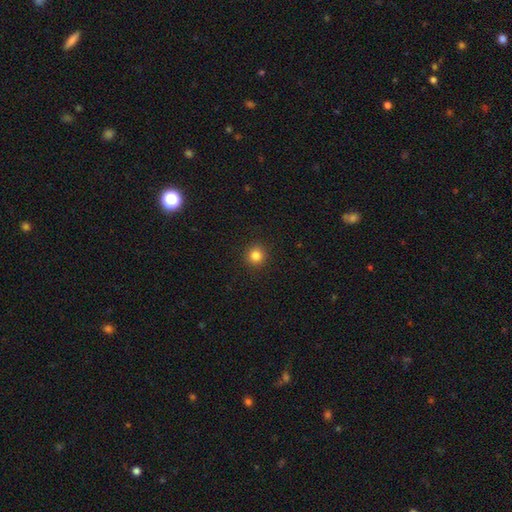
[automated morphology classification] Smooth or featured? smooth (83%)
How rounded? round (92%)
Merging? none (92%)